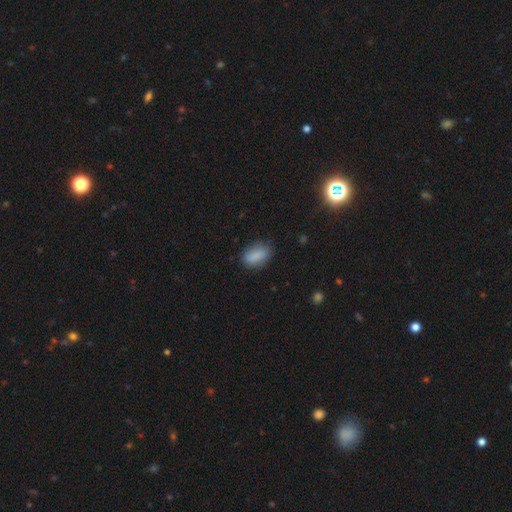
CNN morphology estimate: A smooth galaxy with no disk features (85%) that is in between round and cigar-shaped (87%). Merging: none (76%).